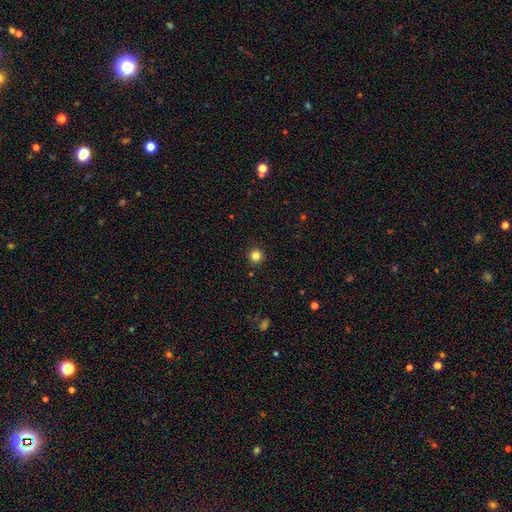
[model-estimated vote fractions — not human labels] A smooth galaxy with no disk features (83%) that is round (95%).

Vote fractions:
- Smooth or featured? smooth: 83% / star or artifact: 12% / featured or disk: 5%
- How rounded? round: 95% / in between: 4% / cigar-shaped: 1%
- Merging? none: 92% / minor disturbance: 5% / major disturbance: 2% / merger: 1%